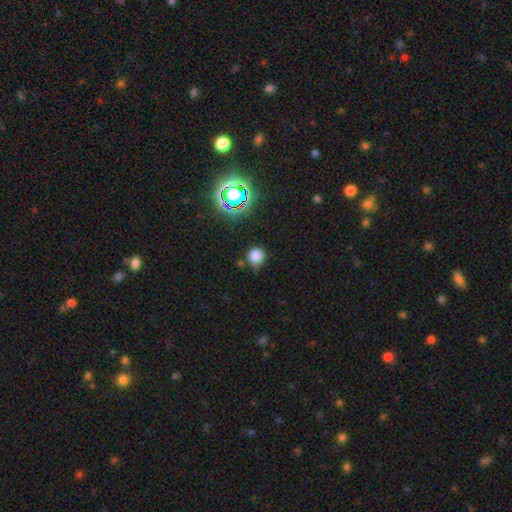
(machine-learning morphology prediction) smooth 78%, star or artifact 17%, featured or disk 5%. Down the decision tree: how rounded — round (91%); merging — none (70%).